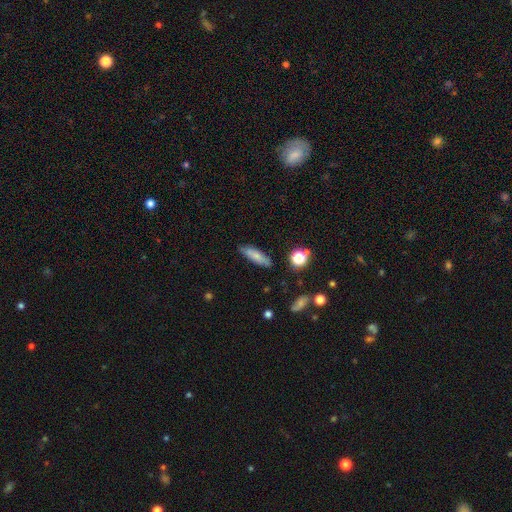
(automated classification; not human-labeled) smooth_or_featured: smooth (p=0.71) [alt: featured or disk p=0.20]
how_rounded: cigar-shaped (p=0.54) [alt: in between p=0.43]
merging: none (p=0.79) [alt: minor disturbance p=0.15]